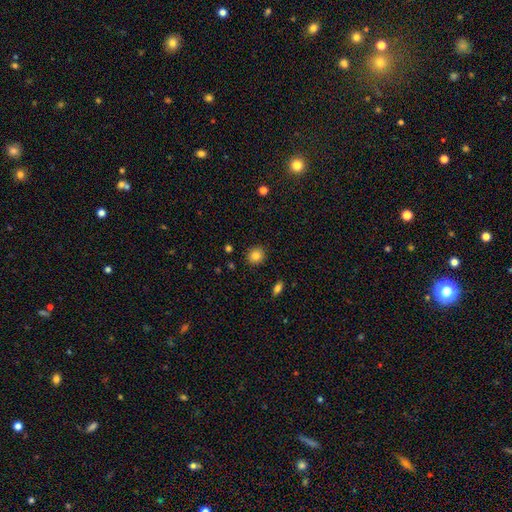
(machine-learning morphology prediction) A smooth galaxy with no disk features (84%) that is round (84%). Merging: none (90%).